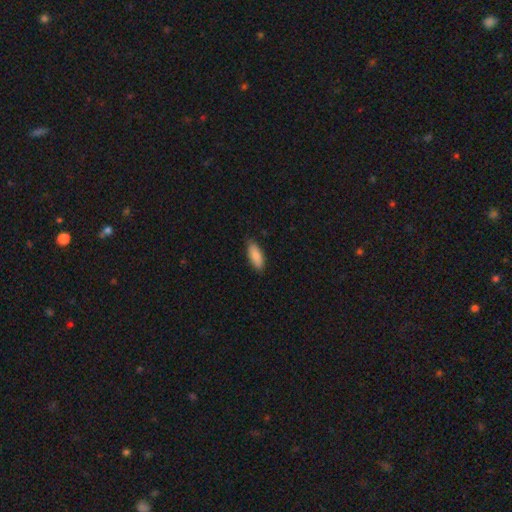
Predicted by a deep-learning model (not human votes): Overall: smooth (88%). How rounded: in between (74%). Merging: none (84%).